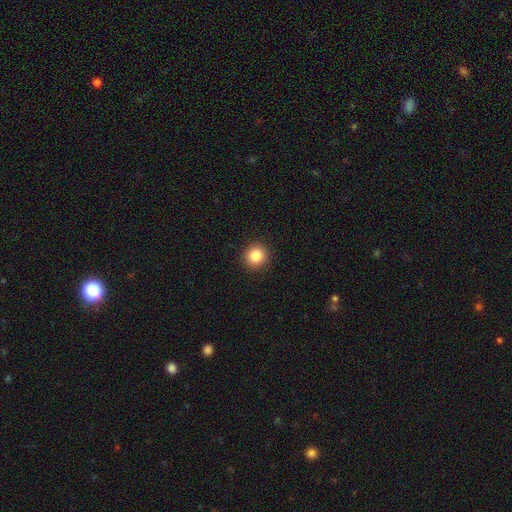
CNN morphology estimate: Smooth or featured: smooth — 84% (star or artifact — 10%)
How rounded: round — 93% (in between — 6%)
Merging: none — 93% (minor disturbance — 5%)